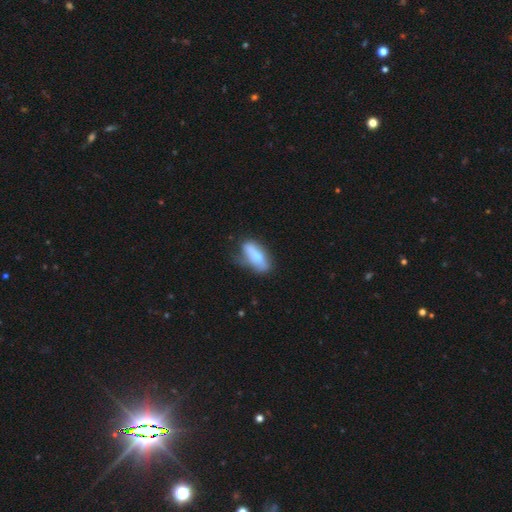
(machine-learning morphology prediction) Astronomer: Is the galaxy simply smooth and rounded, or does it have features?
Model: smooth — 58% (runner-up: featured or disk, 35%).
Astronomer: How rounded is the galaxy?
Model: in between — 69%.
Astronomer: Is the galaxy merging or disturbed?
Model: none — 53% (runner-up: minor disturbance, 31%).